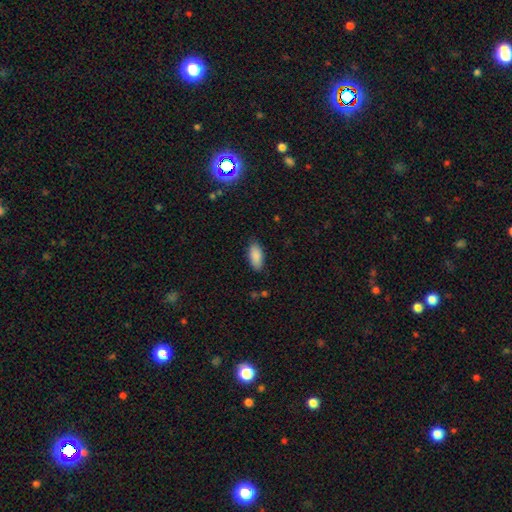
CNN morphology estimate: Smooth or featured? smooth (89%)
How rounded? in between (89%)
Merging? none (84%)